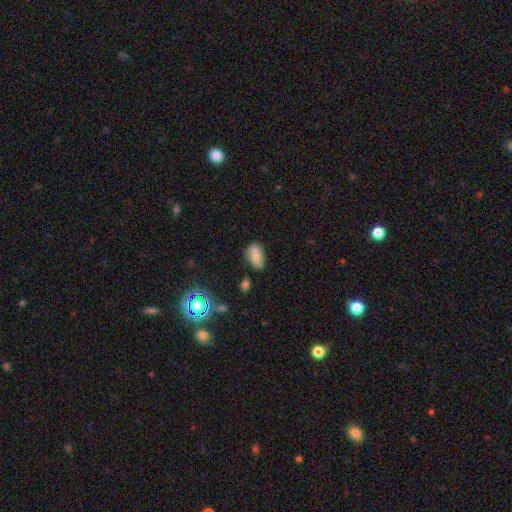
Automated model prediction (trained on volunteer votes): Q: Smooth or featured?
A: smooth (57%); runner-up: featured or disk (31%)
Q: How rounded?
A: in between (88%); runner-up: round (9%)
Q: Merging?
A: none (54%); runner-up: minor disturbance (25%)